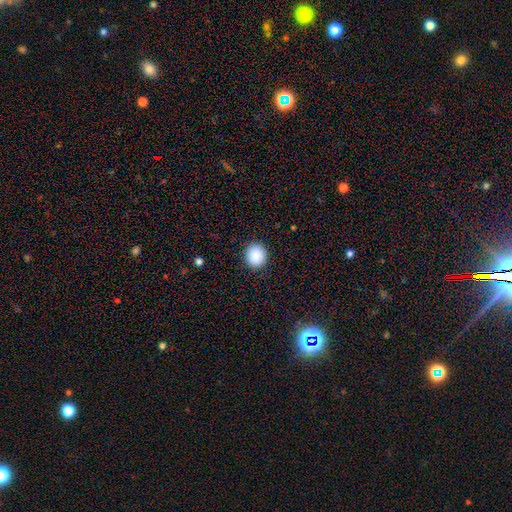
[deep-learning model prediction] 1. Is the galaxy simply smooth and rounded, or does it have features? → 89% smooth, 8% star or artifact, 3% featured or disk.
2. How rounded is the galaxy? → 83% round, 16% in between, 1% cigar-shaped.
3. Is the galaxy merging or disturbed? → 91% none, 6% minor disturbance, 2% major disturbance, 1% merger.